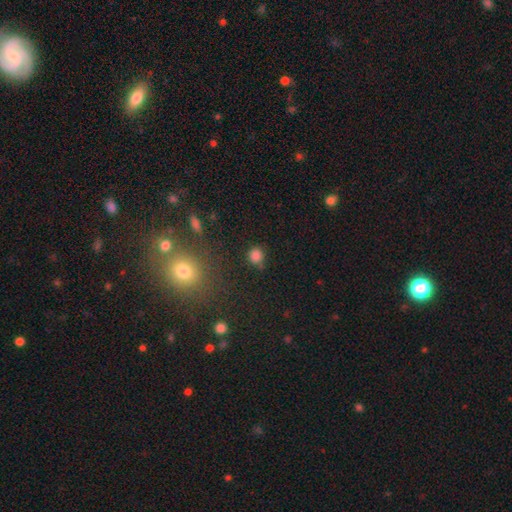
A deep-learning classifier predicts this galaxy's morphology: smooth_or_featured: smooth (p=0.81) [alt: star or artifact p=0.15]
how_rounded: round (p=0.82) [alt: in between p=0.17]
merging: none (p=0.70) [alt: minor disturbance p=0.18]